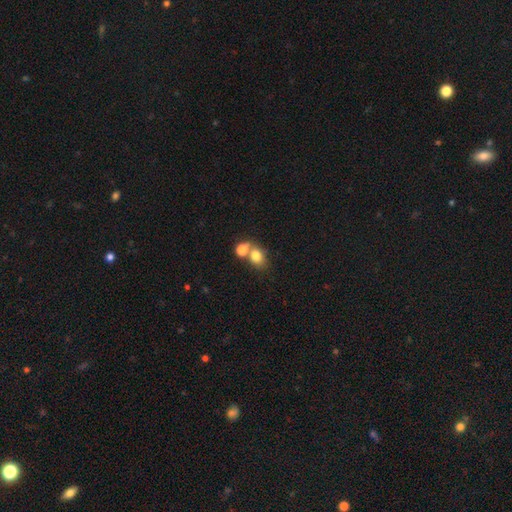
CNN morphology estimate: smooth_or_featured: smooth (p=0.78) [alt: star or artifact p=0.12]
how_rounded: round (p=0.55) [alt: in between p=0.44]
merging: merger (p=0.45) [alt: none p=0.43]